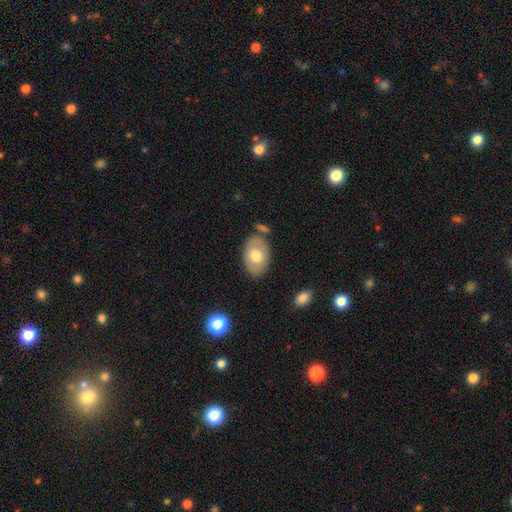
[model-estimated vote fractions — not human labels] Morphology: type=smooth (66%); roundness=in between (87%); merging=none (76%).